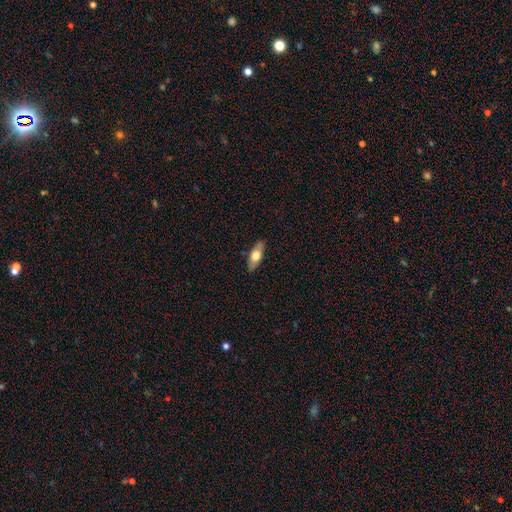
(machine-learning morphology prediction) Overall: smooth (62%; featured or disk 32%). How rounded: in between (71%). Merging: none (87%).